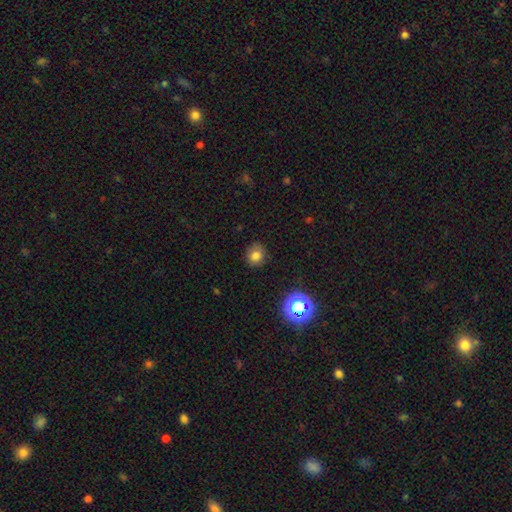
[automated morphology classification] A smooth galaxy with no disk features (77%) that is round (80%).

Vote fractions:
- Smooth or featured? smooth: 77% / star or artifact: 17% / featured or disk: 6%
- How rounded? round: 80% / in between: 19% / cigar-shaped: 1%
- Merging? none: 83% / minor disturbance: 13% / major disturbance: 3% / merger: 1%